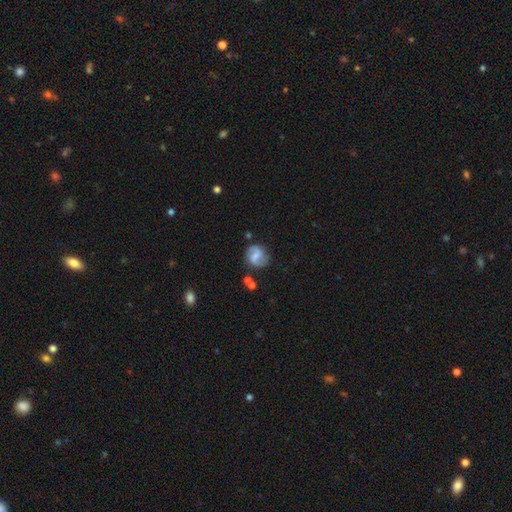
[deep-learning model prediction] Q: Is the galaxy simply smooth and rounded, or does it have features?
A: featured or disk — 67%.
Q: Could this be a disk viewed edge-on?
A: no — 97%.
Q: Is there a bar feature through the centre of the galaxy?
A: weak — 51%.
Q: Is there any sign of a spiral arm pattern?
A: yes — 91%.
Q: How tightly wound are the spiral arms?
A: medium — 46%.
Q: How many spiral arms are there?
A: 2 — 89%.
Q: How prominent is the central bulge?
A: small — 41%.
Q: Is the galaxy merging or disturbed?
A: none — 75%.